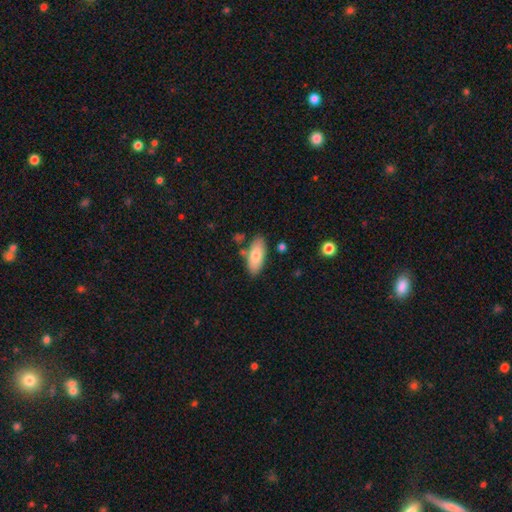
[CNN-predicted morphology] Smooth or featured? smooth (78%)
How rounded? in between (84%)
Merging? none (80%)